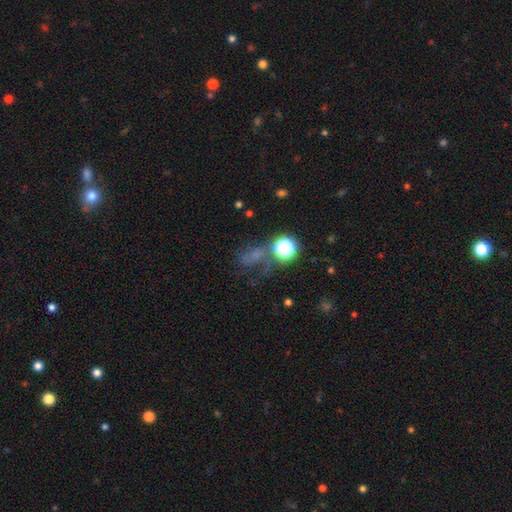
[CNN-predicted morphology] Overall: star or artifact (42%; smooth 34%).